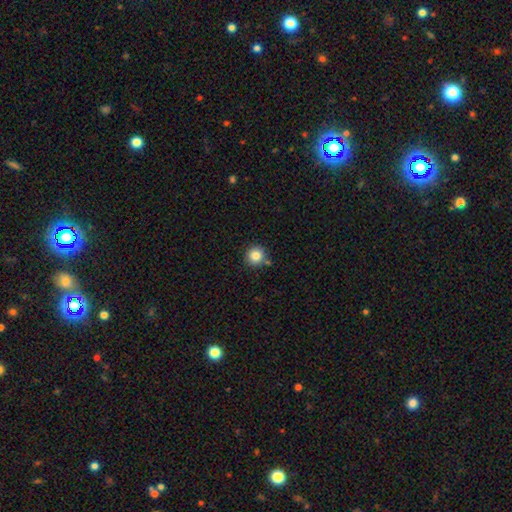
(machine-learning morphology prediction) A smooth galaxy with no disk features (83%) that is round (94%). Merging: none (83%).